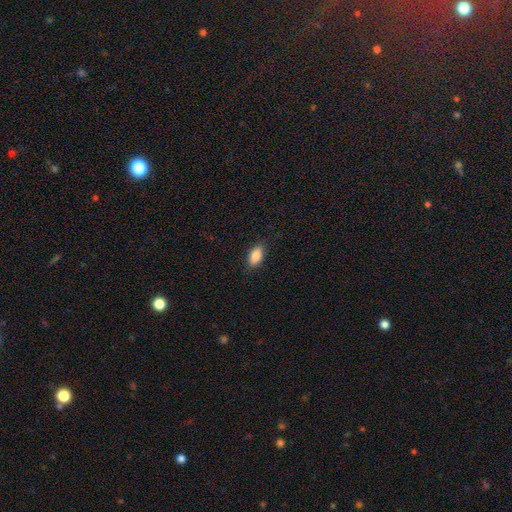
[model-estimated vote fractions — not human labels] This is clearly a smooth galaxy (88%). How rounded: clearly in between (91%). Merging: clearly none (86%).